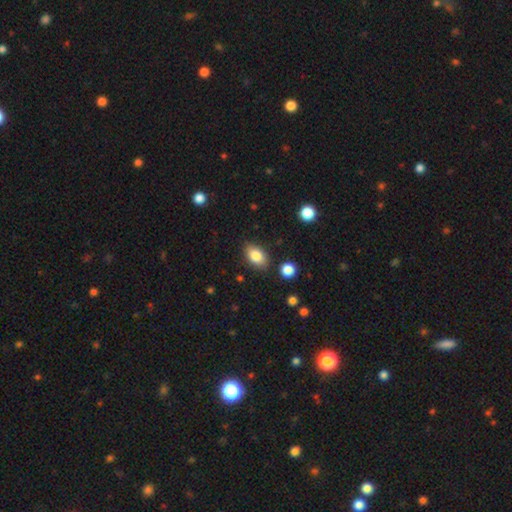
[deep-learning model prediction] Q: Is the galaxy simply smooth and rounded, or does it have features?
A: smooth — 83%.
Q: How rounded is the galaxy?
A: in between — 89%.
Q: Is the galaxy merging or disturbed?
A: none — 82%.